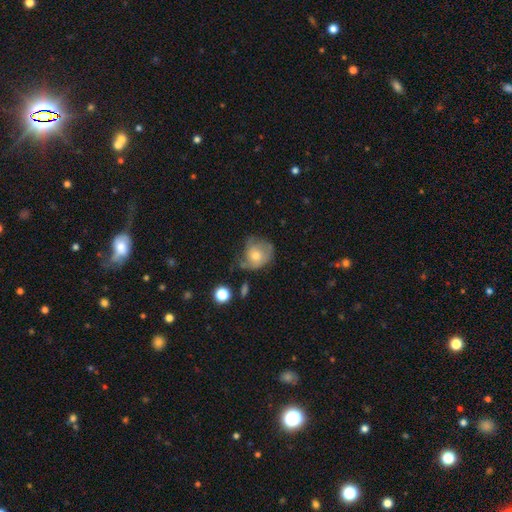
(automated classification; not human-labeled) Overall: smooth (56%; featured or disk 35%). How rounded: round (66%; in between 33%). Merging: none (38%; minor disturbance 35%).